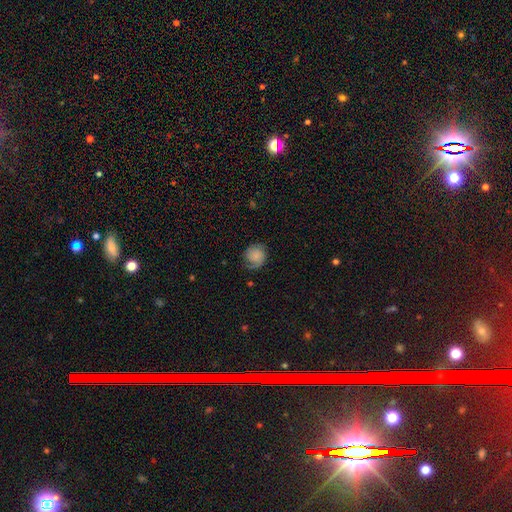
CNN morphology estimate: A smooth galaxy with no disk features (50%). Merging: none (60%).